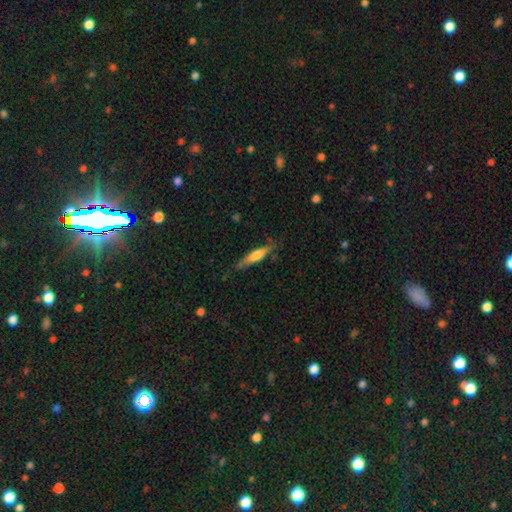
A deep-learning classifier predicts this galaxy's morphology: smooth-or-featured: smooth: 55% | featured or disk: 39% | star or artifact: 6%
  how-rounded: cigar-shaped: 81% | in between: 17% | round: 2%
  merging: none: 75% | minor disturbance: 19% | major disturbance: 4% | merger: 2%